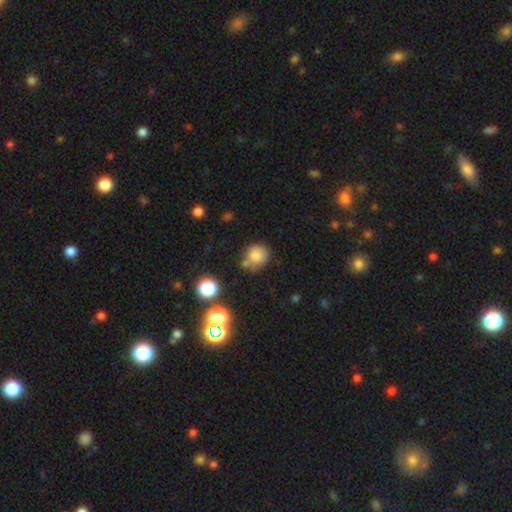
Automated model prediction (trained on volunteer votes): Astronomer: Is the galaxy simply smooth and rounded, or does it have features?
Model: smooth — 80%.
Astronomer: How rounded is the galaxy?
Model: round — 83%.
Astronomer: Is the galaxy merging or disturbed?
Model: none — 59%.